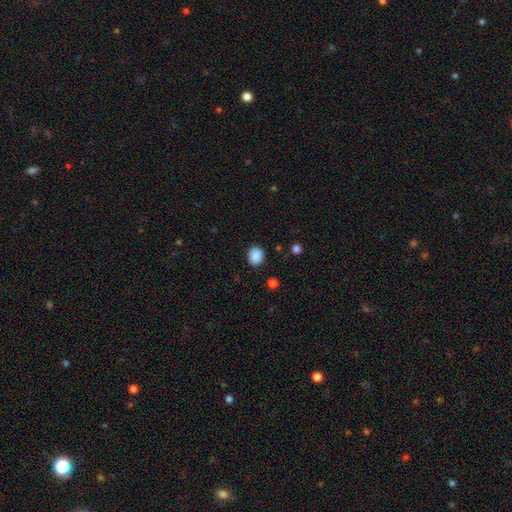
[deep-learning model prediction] Overall: smooth (88%). How rounded: round (61%; in between 38%). Merging: none (87%).